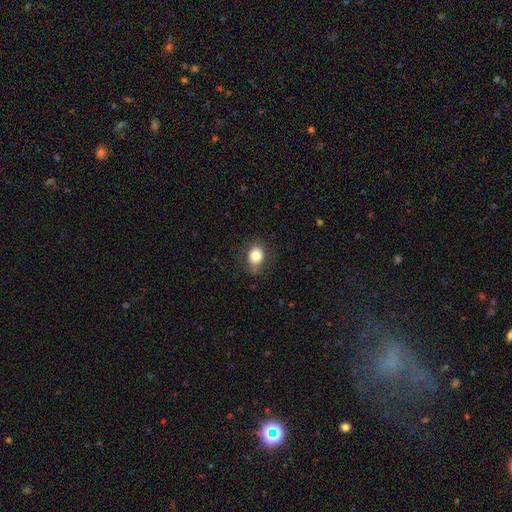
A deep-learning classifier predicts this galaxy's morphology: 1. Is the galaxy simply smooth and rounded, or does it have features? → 81% smooth, 10% star or artifact, 9% featured or disk.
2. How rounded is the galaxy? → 51% round, 48% in between, 1% cigar-shaped.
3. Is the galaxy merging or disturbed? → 76% none, 17% minor disturbance, 6% major disturbance, 1% merger.